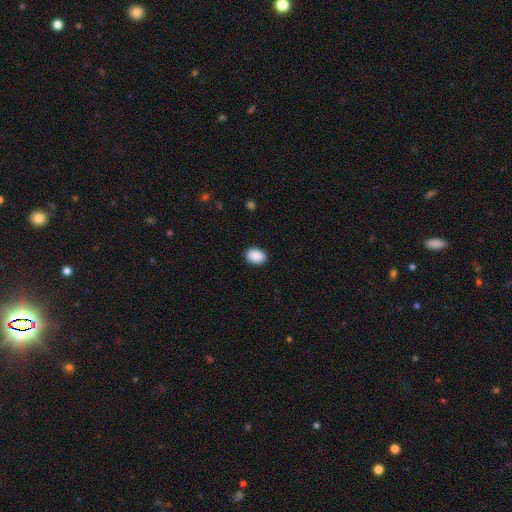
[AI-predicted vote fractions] Smooth or featured? smooth (91%)
How rounded? in between (76%)
Merging? none (90%)